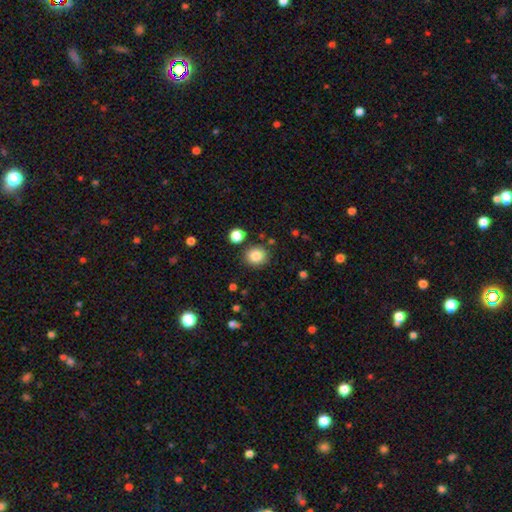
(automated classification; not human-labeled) smooth-or-featured: smooth: 85% | star or artifact: 10% | featured or disk: 5%
  how-rounded: round: 85% | in between: 14% | cigar-shaped: 1%
  merging: none: 85% | minor disturbance: 8% | merger: 4% | major disturbance: 3%